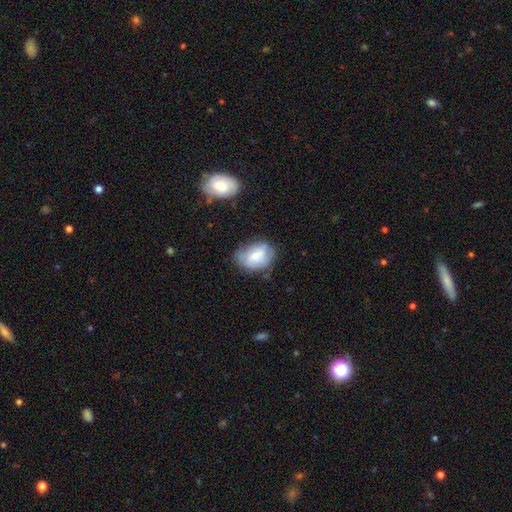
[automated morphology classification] smooth_or_featured: smooth (p=0.64) [alt: featured or disk p=0.28]
how_rounded: in between (p=0.68) [alt: round p=0.31]
merging: none (p=0.60) [alt: minor disturbance p=0.28]